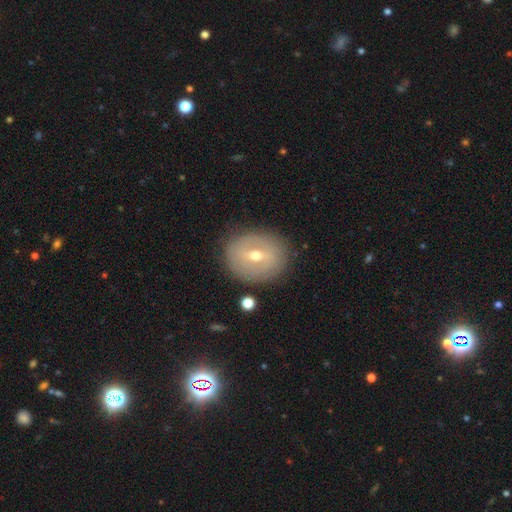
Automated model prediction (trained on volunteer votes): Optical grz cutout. It shows a featured or disk galaxy (59%) with a weak bar (48%), no spiral arms (66%) and a moderate central bulge (54%). Merging: none (84%).